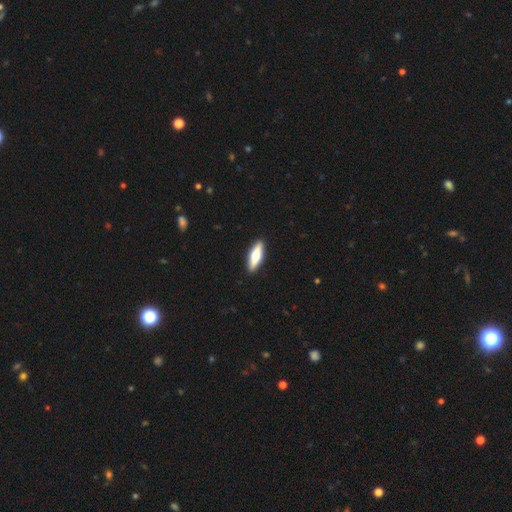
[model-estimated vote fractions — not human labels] Smooth or featured: smooth — 60% (featured or disk — 35%)
How rounded: cigar-shaped — 57% (in between — 41%)
Merging: none — 91% (minor disturbance — 7%)